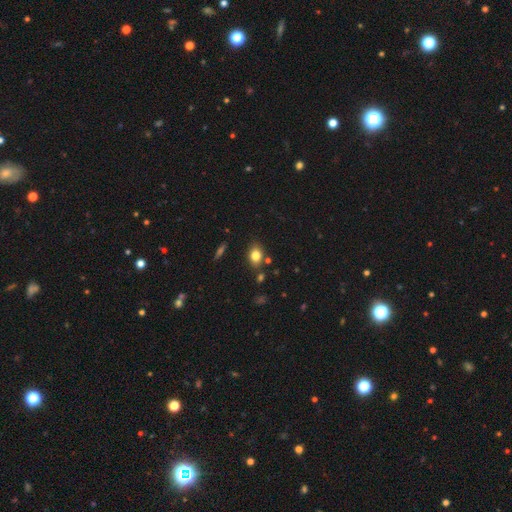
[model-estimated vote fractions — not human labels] Q: Smooth or featured?
A: smooth (80%); runner-up: star or artifact (11%)
Q: How rounded?
A: in between (66%); runner-up: round (32%)
Q: Merging?
A: none (78%); runner-up: minor disturbance (13%)